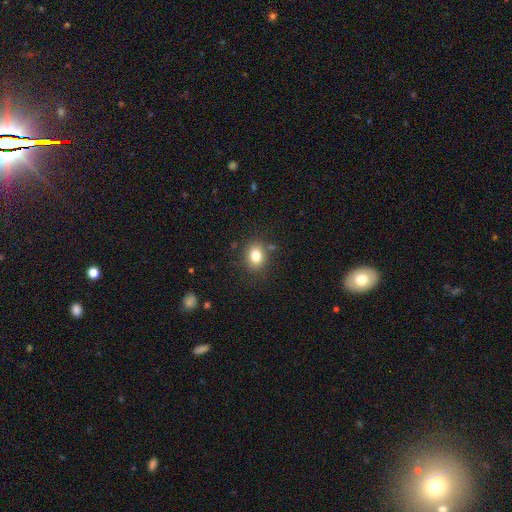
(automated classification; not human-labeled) Smooth or featured?
  - smooth: 81% *
  - star or artifact: 11%
  - featured or disk: 8%
How rounded?
  - round: 52% *
  - in between: 47%
  - cigar-shaped: 1%
Merging?
  - none: 81% *
  - minor disturbance: 12%
  - merger: 4%
  - major disturbance: 4%